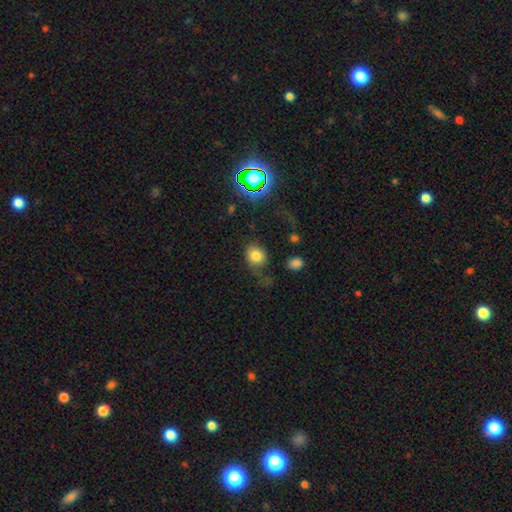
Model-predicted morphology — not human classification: Smooth or featured? smooth (77%)
How rounded? round (63%)
Merging? none (49%)